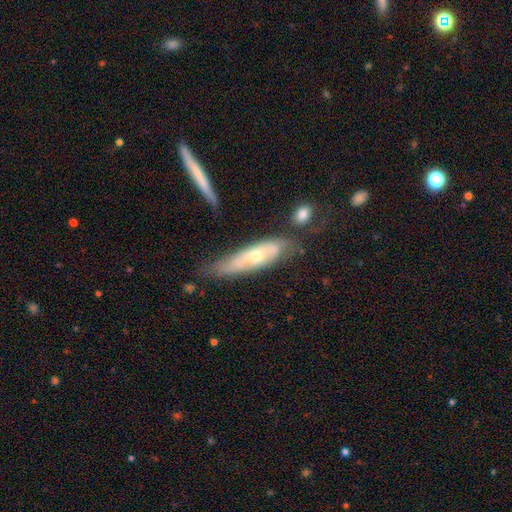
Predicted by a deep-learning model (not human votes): smooth_or_featured: featured or disk (p=0.57) [alt: smooth p=0.36]
disk_edge_on: no (p=0.59) [alt: yes p=0.41]
merging: none (p=0.55) [alt: minor disturbance p=0.28]